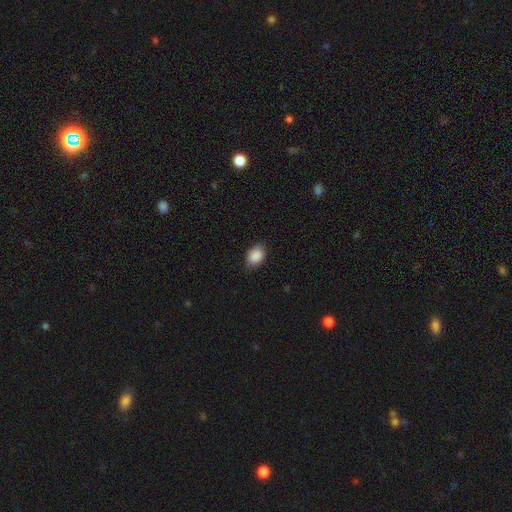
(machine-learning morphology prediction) smooth_or_featured: smooth (p=0.89) [alt: star or artifact p=0.07]
how_rounded: in between (p=0.84) [alt: round p=0.15]
merging: none (p=0.83) [alt: minor disturbance p=0.13]